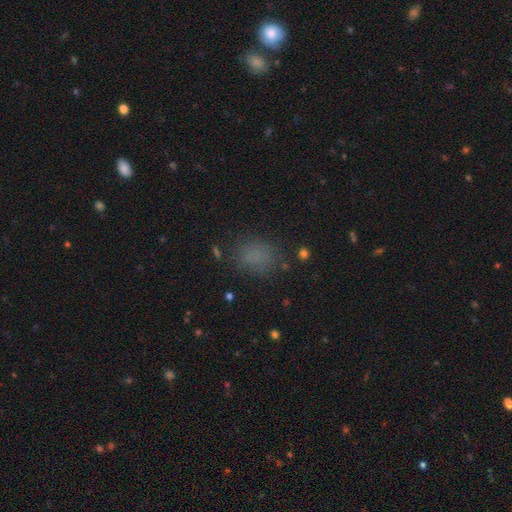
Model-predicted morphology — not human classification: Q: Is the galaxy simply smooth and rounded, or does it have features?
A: smooth — 75%.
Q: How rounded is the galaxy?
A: in between — 66%.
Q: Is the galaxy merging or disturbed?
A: none — 77%.